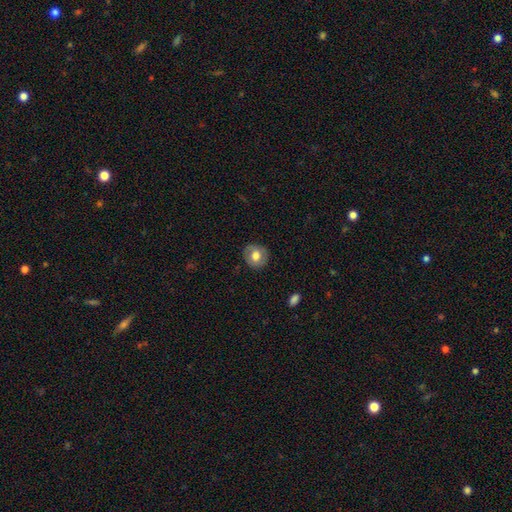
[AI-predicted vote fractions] smooth-or-featured: smooth: 69% | featured or disk: 24% | star or artifact: 8%
  how-rounded: round: 86% | in between: 13% | cigar-shaped: 1%
  merging: none: 88% | minor disturbance: 9% | major disturbance: 2% | merger: 1%